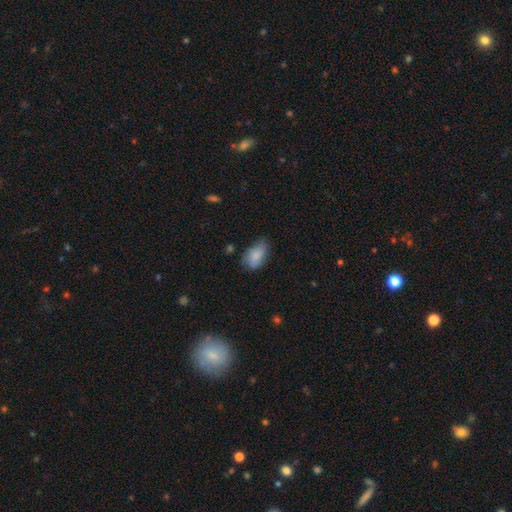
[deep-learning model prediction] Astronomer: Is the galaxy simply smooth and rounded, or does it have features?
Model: smooth — 80%.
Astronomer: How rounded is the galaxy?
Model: in between — 90%.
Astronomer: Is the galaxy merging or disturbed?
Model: none — 55% (runner-up: minor disturbance, 34%).